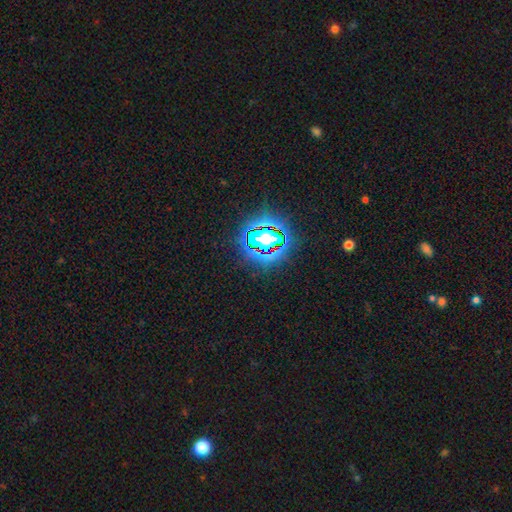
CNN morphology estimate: Overall: star or artifact (84%).